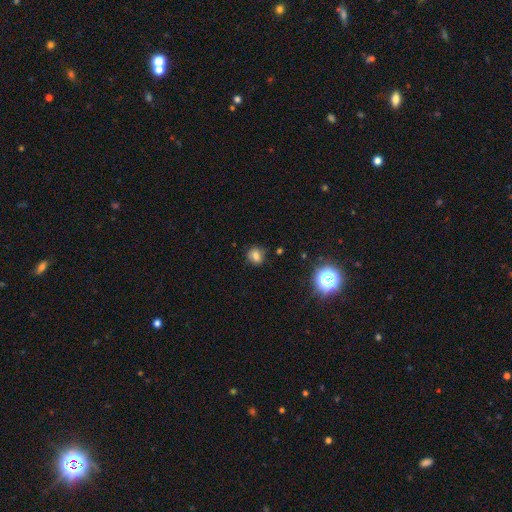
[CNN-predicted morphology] type=smooth (72%); roundness=round (66%); merging=none (79%).